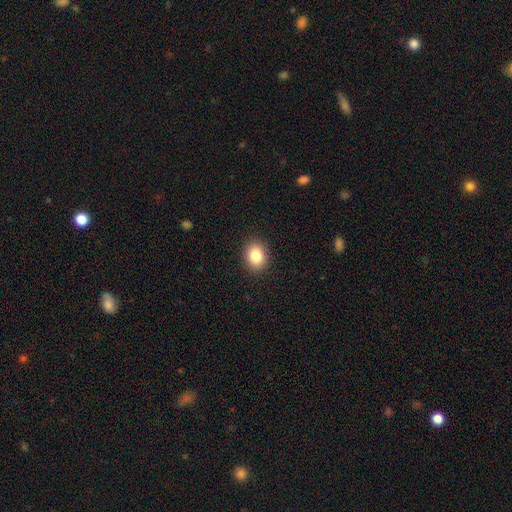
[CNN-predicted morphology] Smooth or featured: smooth — 84% (star or artifact — 10%)
How rounded: in between — 50% (round — 49%)
Merging: none — 90% (minor disturbance — 7%)